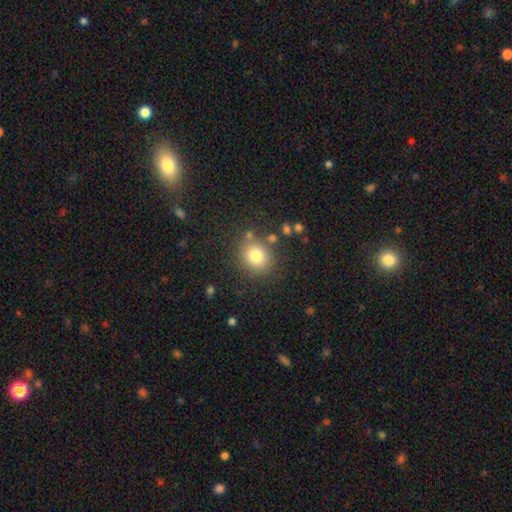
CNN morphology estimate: Smooth or featured?
  - smooth: 78% *
  - star or artifact: 12%
  - featured or disk: 9%
How rounded?
  - round: 80% *
  - in between: 19%
  - cigar-shaped: 1%
Merging?
  - none: 80% *
  - minor disturbance: 11%
  - merger: 5%
  - major disturbance: 5%